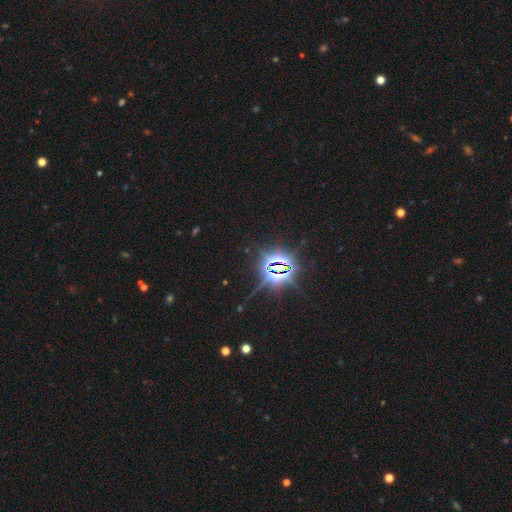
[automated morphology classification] smooth-or-featured: star or artifact: 86% | smooth: 8% | featured or disk: 6%